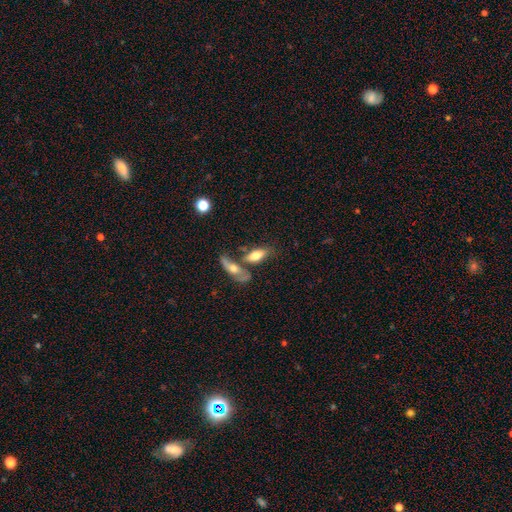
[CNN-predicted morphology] Smooth or featured?
  - smooth: 66% *
  - featured or disk: 28%
  - star or artifact: 7%
How rounded?
  - in between: 75% *
  - cigar-shaped: 22%
  - round: 3%
Merging?
  - none: 42% *
  - merger: 37%
  - minor disturbance: 14%
  - major disturbance: 7%